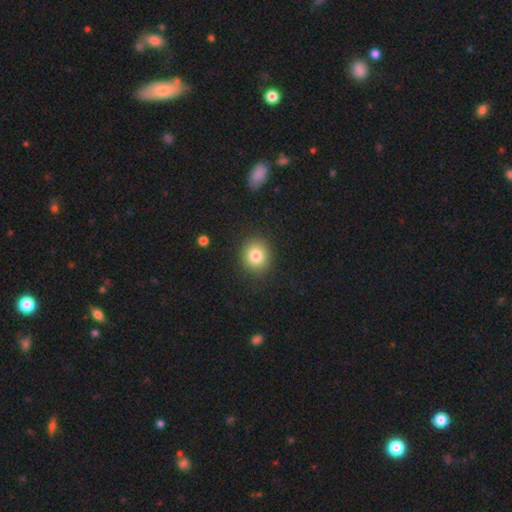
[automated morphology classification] smooth 81%, star or artifact 11%, featured or disk 8%. Down the decision tree: how rounded — round (81%); merging — none (89%).